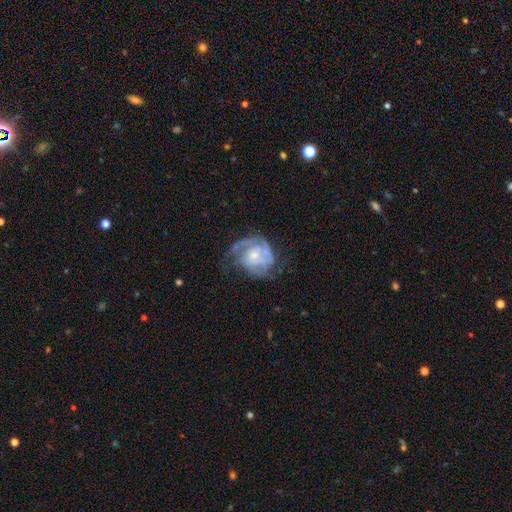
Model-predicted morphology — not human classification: type=featured or disk (80%); edge-on=no (98%); bar=no (68%); spiral arms=yes (89%); winding=tight (47%); arm count=2 (36%); bulge=small (50%); merging=none (46%).